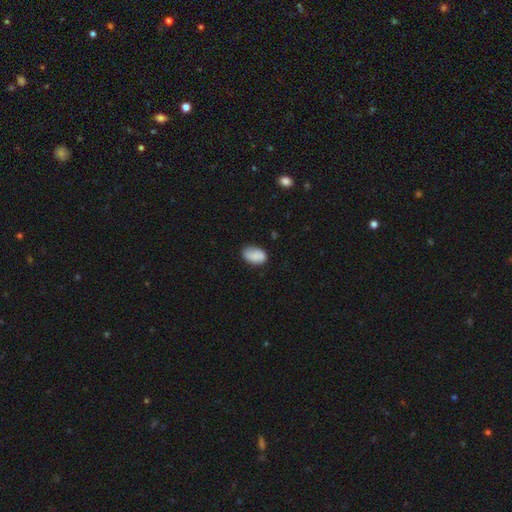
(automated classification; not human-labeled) This is clearly a smooth galaxy (82%). How rounded: clearly in between (88%). Merging: likely none (69%).